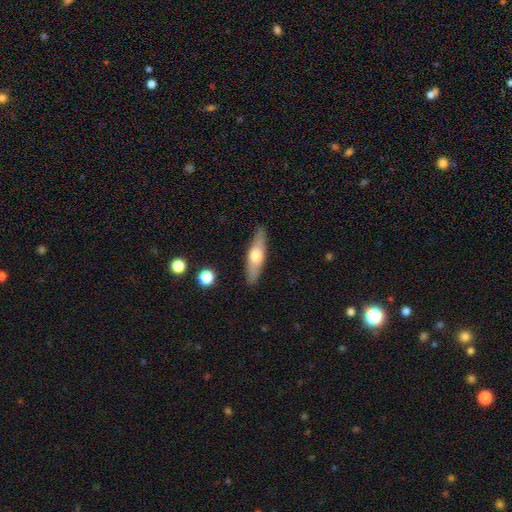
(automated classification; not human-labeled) Smooth or featured?
  - featured or disk: 47% * (tied)
  - smooth: 47% * (tied)
  - star or artifact: 6%
Merging?
  - none: 88% *
  - minor disturbance: 8%
  - major disturbance: 2%
  - merger: 1%